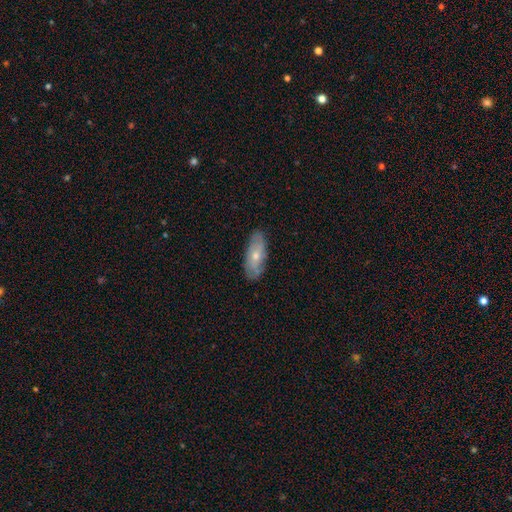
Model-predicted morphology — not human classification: This appears to be a featured or disk galaxy (49%). Merging: none (81%).